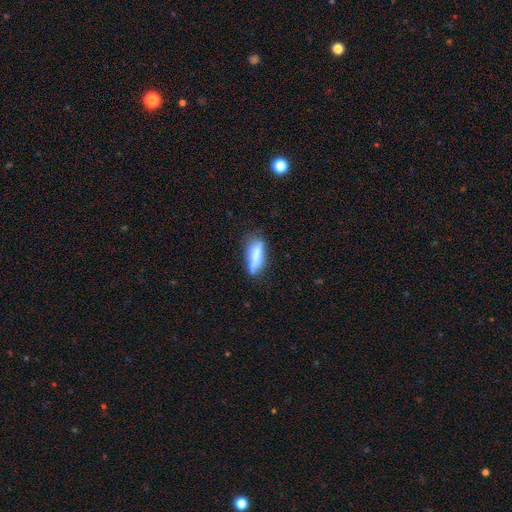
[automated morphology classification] This appears to be a smooth galaxy with no disk features (75%) that is in between round and cigar-shaped (52%). Merging: none (57%).